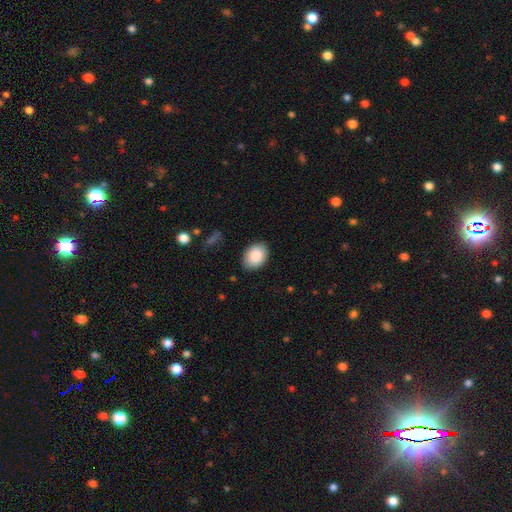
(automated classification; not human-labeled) Smooth or featured? Predicted: smooth (p=0.88). How rounded? Predicted: in between (p=0.79). Merging? Predicted: none (p=0.86).